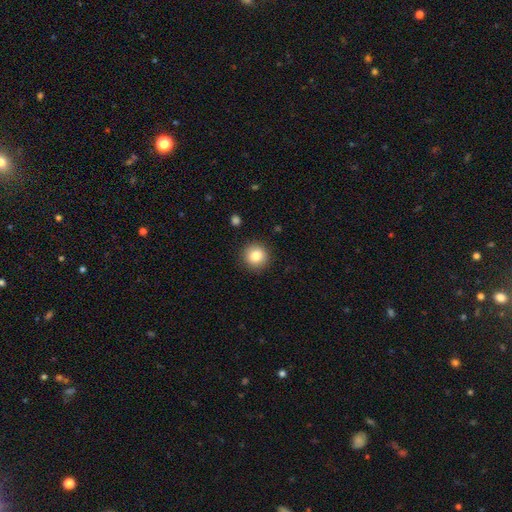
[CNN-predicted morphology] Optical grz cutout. It shows a smooth galaxy with no disk features (84%) that is round (93%). Merging: none (90%).